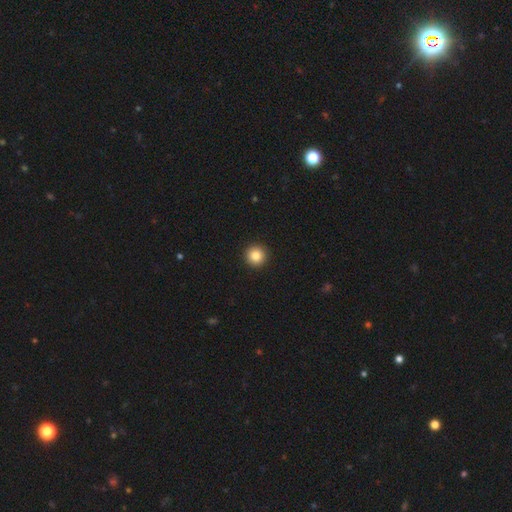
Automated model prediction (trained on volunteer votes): This is clearly a smooth galaxy (85%). How rounded: clearly round (96%). Merging: clearly none (93%).